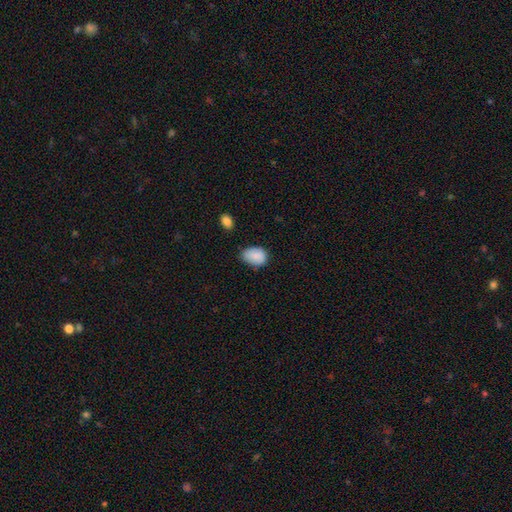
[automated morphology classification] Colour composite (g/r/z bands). It shows a smooth galaxy with no disk features (86%) that is in between round and cigar-shaped (79%). Merging: none (55%).